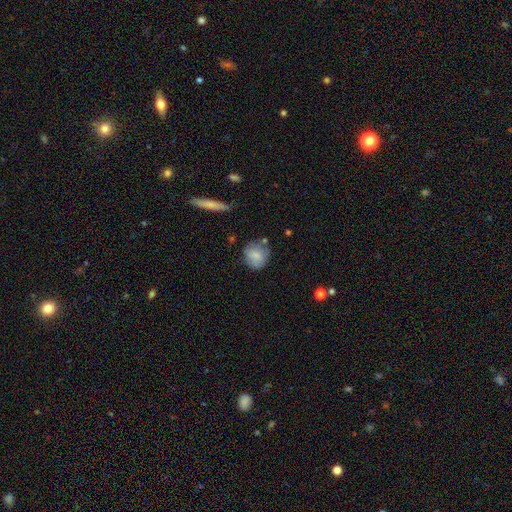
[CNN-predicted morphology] A smooth galaxy with no disk features (77%) that is round (74%).

Vote fractions:
- Smooth or featured? smooth: 77% / featured or disk: 15% / star or artifact: 8%
- How rounded? round: 74% / in between: 25% / cigar-shaped: 1%
- Merging? none: 61% / minor disturbance: 25% / major disturbance: 8% / merger: 5%